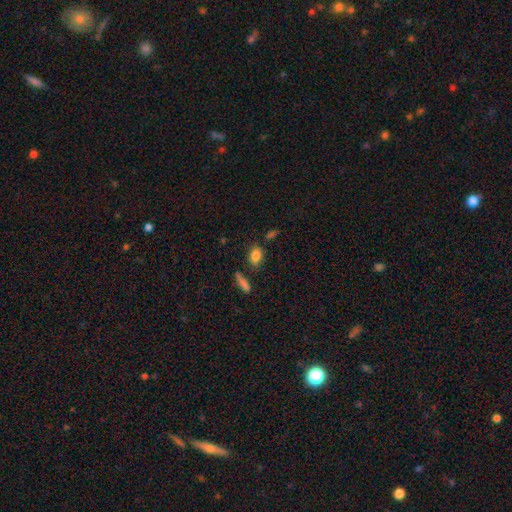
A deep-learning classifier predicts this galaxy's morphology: Smooth or featured? smooth (83%)
How rounded? in between (71%)
Merging? none (76%)